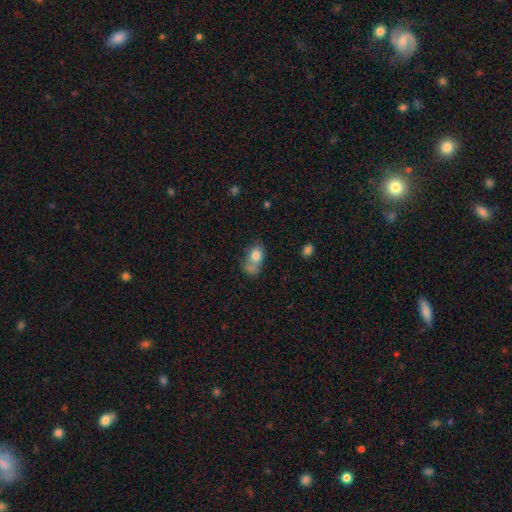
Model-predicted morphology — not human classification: Smooth or featured? Predicted: smooth (p=0.76). How rounded? Predicted: in between (p=0.74). Merging? Predicted: merger (p=0.36).